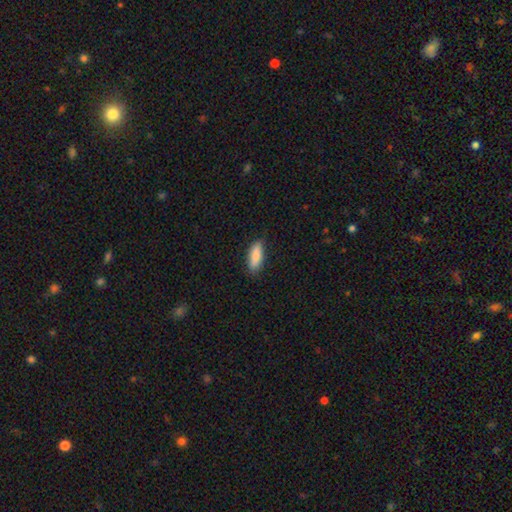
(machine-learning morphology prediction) Smooth or featured? smooth (83%)
How rounded? in between (64%)
Merging? none (82%)